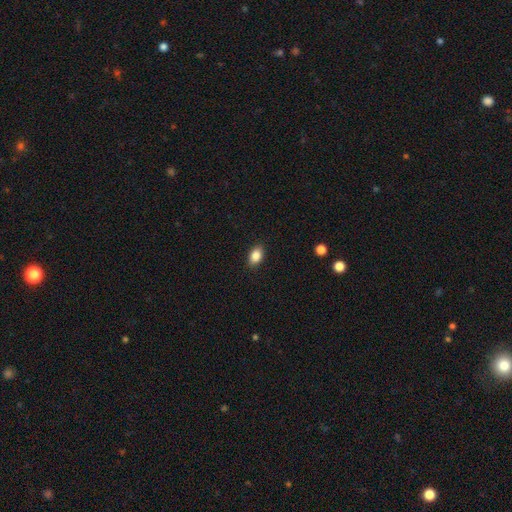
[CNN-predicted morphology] This appears to be a smooth galaxy with no disk features (86%) that is in between round and cigar-shaped (87%). Merging: none (89%).